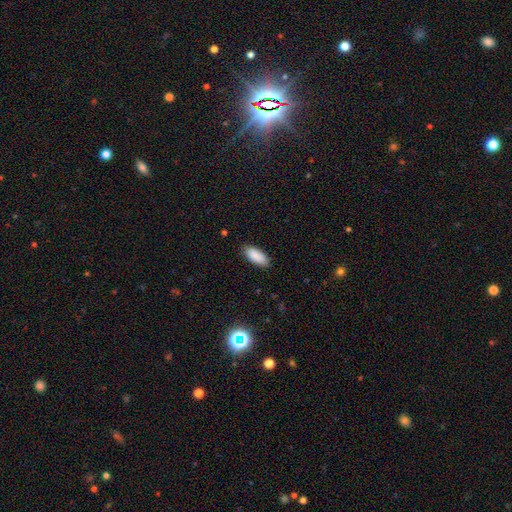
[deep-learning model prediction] Morphology: type=smooth (90%); roundness=in between (84%); merging=none (86%).